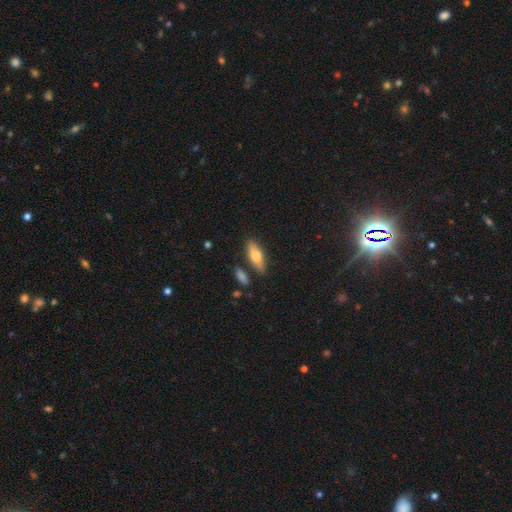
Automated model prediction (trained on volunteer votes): Smooth or featured? smooth (73%)
How rounded? in between (64%)
Merging? none (78%)